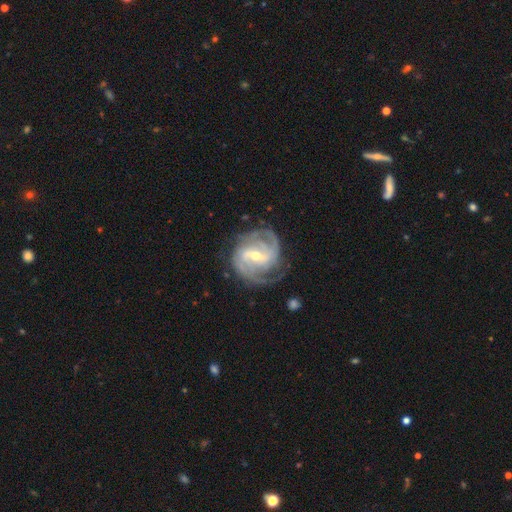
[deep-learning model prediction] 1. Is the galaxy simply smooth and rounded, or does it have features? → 91% featured or disk, 5% smooth, 4% star or artifact.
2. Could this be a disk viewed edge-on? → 98% no, 2% yes.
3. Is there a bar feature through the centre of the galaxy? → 45% weak, 42% strong, 13% no.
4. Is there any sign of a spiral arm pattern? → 98% yes, 2% no.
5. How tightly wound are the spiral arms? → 45% medium (tied), 45% tight (tied), 10% loose.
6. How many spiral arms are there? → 56% 2, 21% 3, 10% can't tell, 5% 4, 4% 1, 3% more than 4.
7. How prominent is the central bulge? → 48% moderate (tied), 48% small (tied), 2% large, 1% none, 1% dominant.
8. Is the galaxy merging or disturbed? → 74% none, 17% minor disturbance, 8% major disturbance, 1% merger.